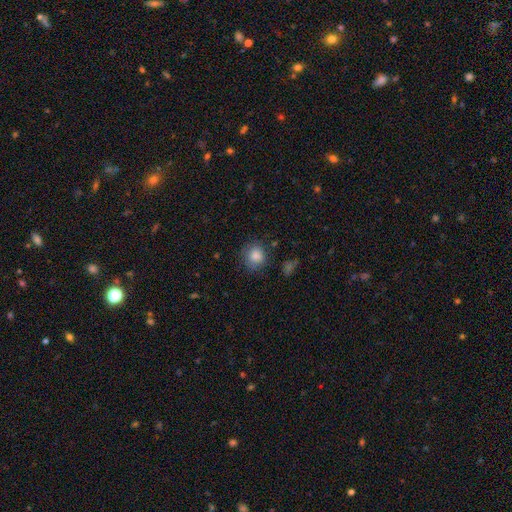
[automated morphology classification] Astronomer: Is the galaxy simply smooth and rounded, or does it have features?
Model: smooth — 85%.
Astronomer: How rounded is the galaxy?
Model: round — 79%.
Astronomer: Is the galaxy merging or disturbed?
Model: none — 76%.